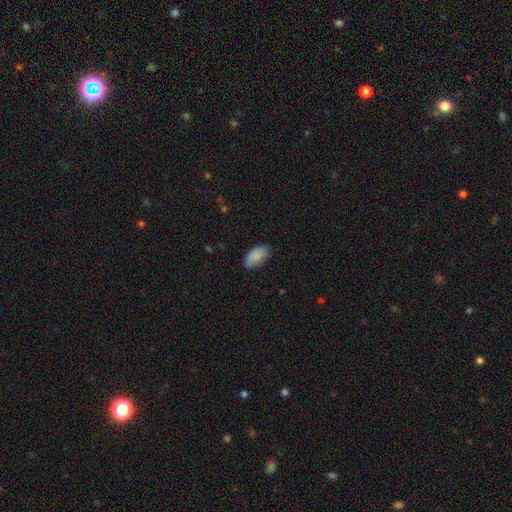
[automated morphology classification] Smooth or featured? Predicted: smooth (p=0.86). How rounded? Predicted: in between (p=0.94). Merging? Predicted: none (p=0.75).